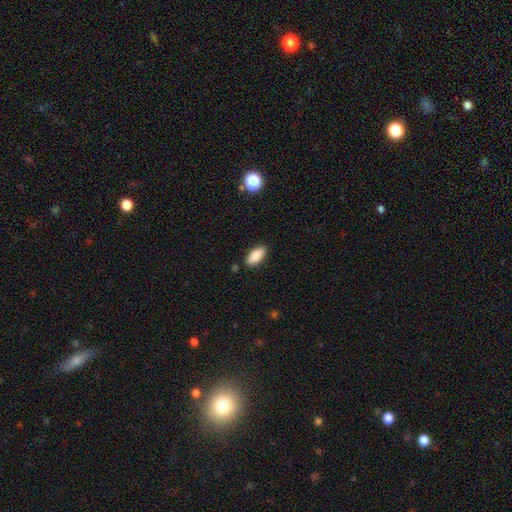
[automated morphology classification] The model was most divided on "merging": none: 86%, minor disturbance: 10%, major disturbance: 2%, merger: 2%. More confident: how rounded — in between (89%); smooth or featured — smooth (87%).